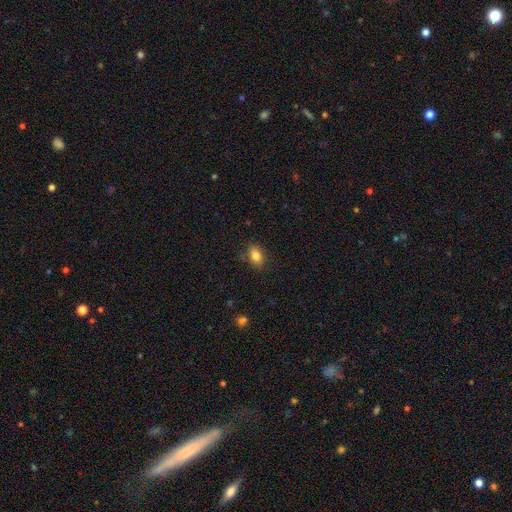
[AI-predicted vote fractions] Overall: smooth (83%). How rounded: in between (81%). Merging: none (81%).